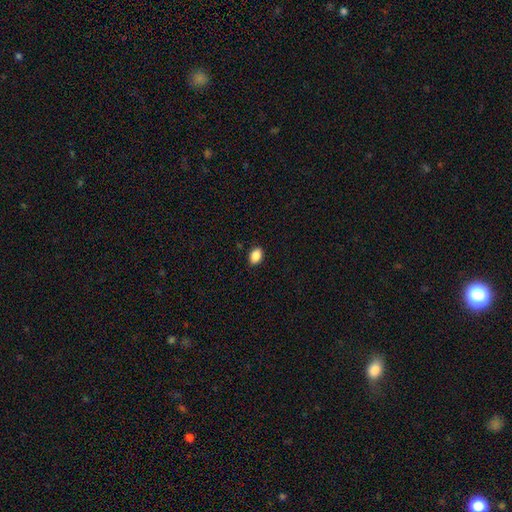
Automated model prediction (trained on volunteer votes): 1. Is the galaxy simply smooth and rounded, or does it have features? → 88% smooth, 8% star or artifact, 4% featured or disk.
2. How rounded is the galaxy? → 82% in between, 16% round, 1% cigar-shaped.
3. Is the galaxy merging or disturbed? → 88% none, 9% minor disturbance, 2% major disturbance, 1% merger.